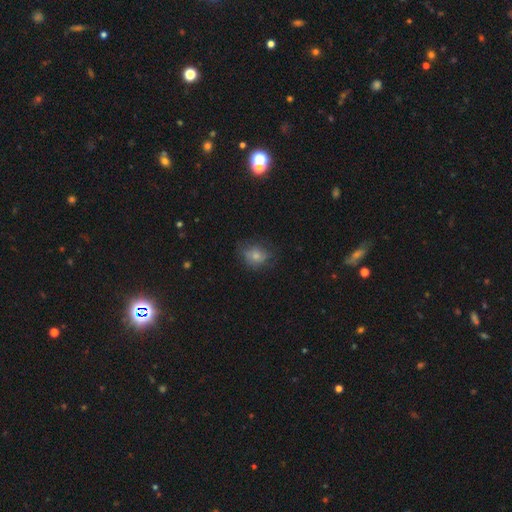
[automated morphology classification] Smooth or featured?
  - smooth: 72% *
  - featured or disk: 17%
  - star or artifact: 10%
How rounded?
  - round: 60% *
  - in between: 39%
  - cigar-shaped: 1%
Merging?
  - none: 65% *
  - minor disturbance: 24%
  - major disturbance: 10%
  - merger: 1%